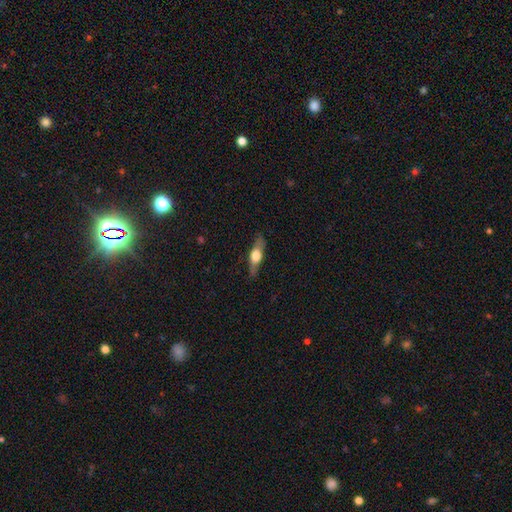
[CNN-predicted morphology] This appears to be a featured or disk galaxy (49%). Merging: none (79%).